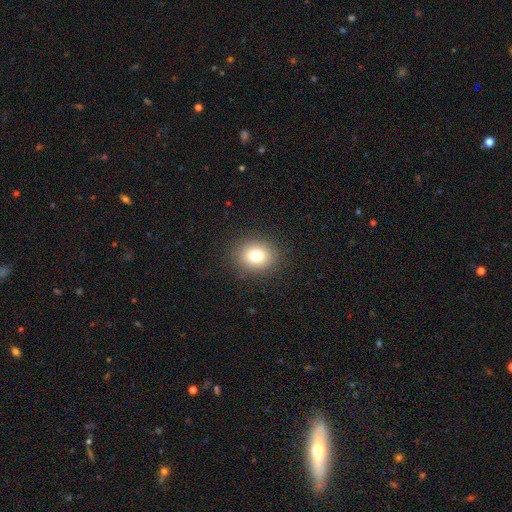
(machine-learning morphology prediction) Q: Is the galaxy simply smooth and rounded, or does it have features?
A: smooth — 78%.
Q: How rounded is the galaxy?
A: round — 72%.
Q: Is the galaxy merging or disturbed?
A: none — 89%.